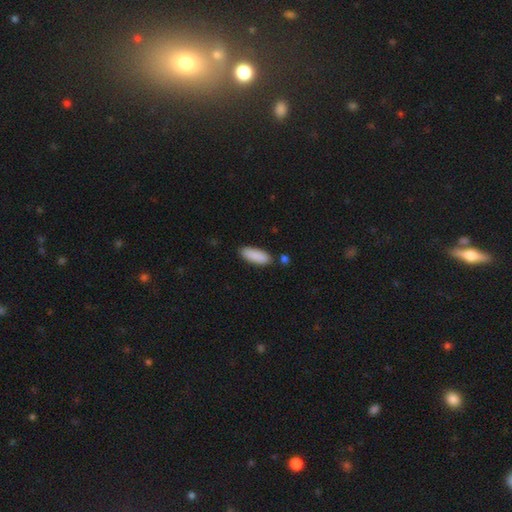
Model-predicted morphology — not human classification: The model was most divided on "how rounded": in between: 69%, cigar-shaped: 30%, round: 2%. More confident: smooth or featured — smooth (89%); merging — none (83%).